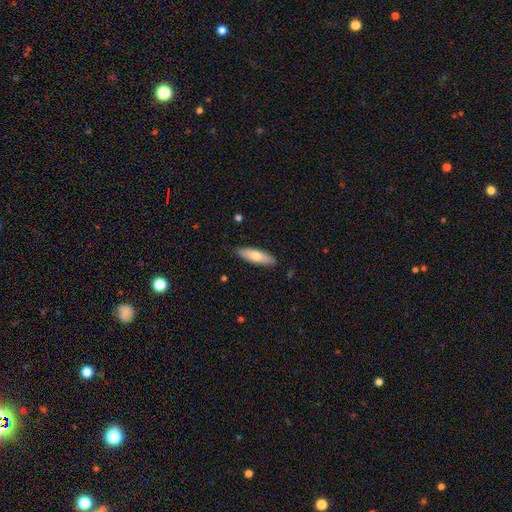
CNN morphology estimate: The model was most divided on "how rounded": cigar-shaped: 59%, in between: 40%, round: 2%. More confident: merging — none (88%); smooth or featured — smooth (69%).